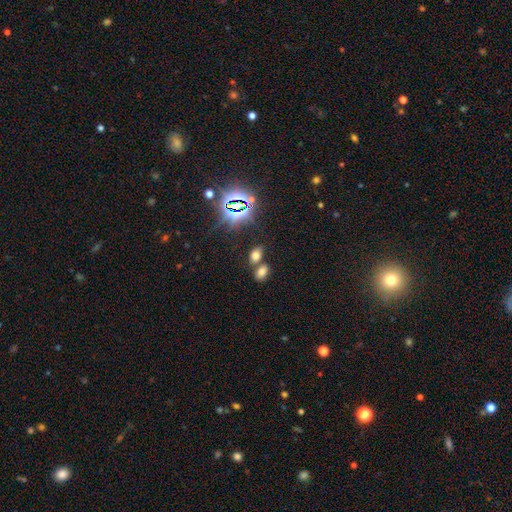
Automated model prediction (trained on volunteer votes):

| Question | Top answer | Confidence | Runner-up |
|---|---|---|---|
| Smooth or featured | smooth | 63% | star or artifact (28%) |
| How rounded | in between | 85% | round (13%) |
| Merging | none | 52% | merger (36%) |